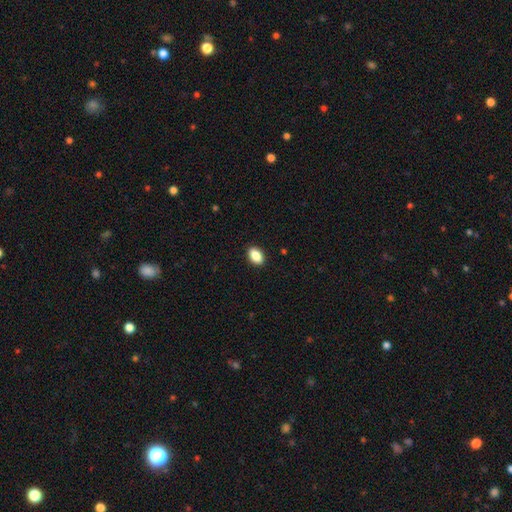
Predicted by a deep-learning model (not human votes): This appears to be a smooth galaxy with no disk features (88%) that is in between round and cigar-shaped (89%). Merging: none (90%).